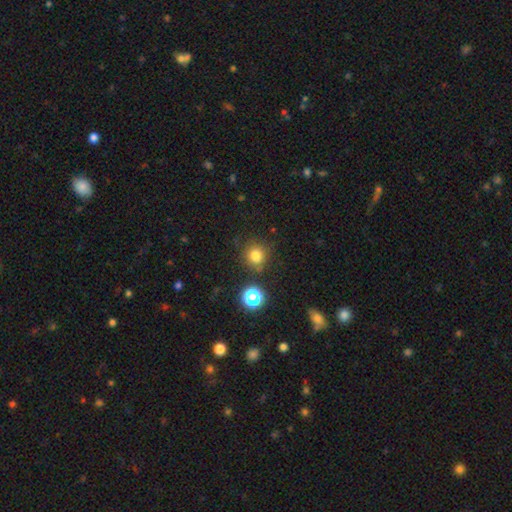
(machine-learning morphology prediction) The model was most divided on "smooth or featured": smooth: 78%, star or artifact: 16%, featured or disk: 6%. More confident: how rounded — round (87%); merging — none (77%).